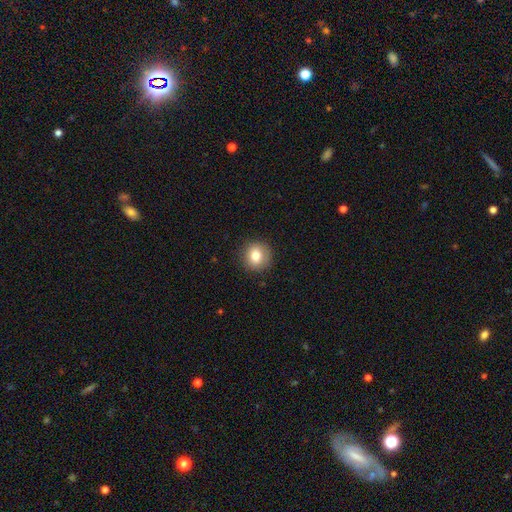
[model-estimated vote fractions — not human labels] Smooth or featured? Predicted: smooth (p=0.80). How rounded? Predicted: round (p=0.90). Merging? Predicted: none (p=0.89).